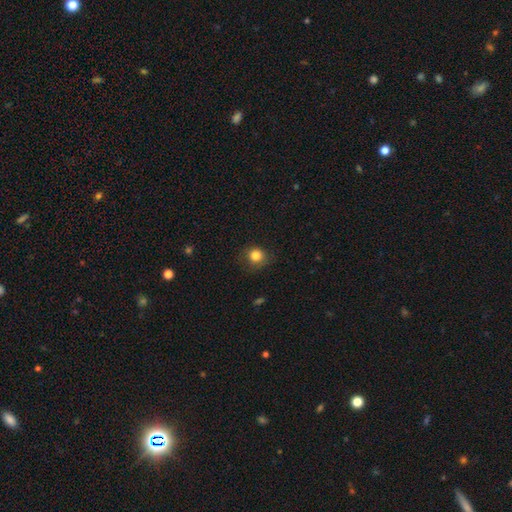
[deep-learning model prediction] smooth-or-featured: smooth: 83% | star or artifact: 12% | featured or disk: 6%
  how-rounded: round: 84% | in between: 15% | cigar-shaped: 1%
  merging: none: 77% | minor disturbance: 17% | major disturbance: 5% | merger: 1%